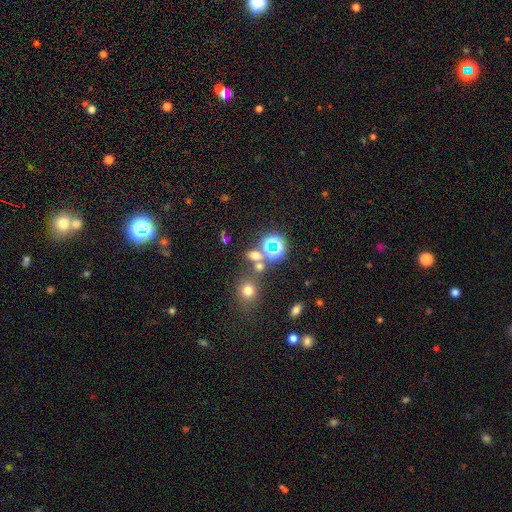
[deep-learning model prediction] A smooth galaxy with no disk features (51%) that is round (56%). Merging: none (63%).